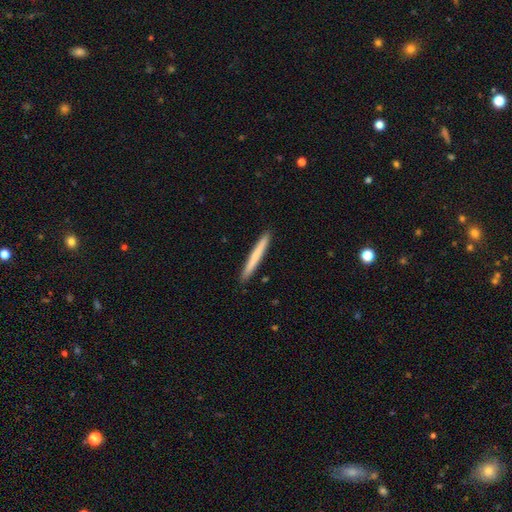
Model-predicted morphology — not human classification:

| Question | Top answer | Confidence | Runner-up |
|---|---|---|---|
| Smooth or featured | smooth | 70% | featured or disk (25%) |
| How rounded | cigar-shaped | 97% | in between (2%) |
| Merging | none | 92% | minor disturbance (5%) |